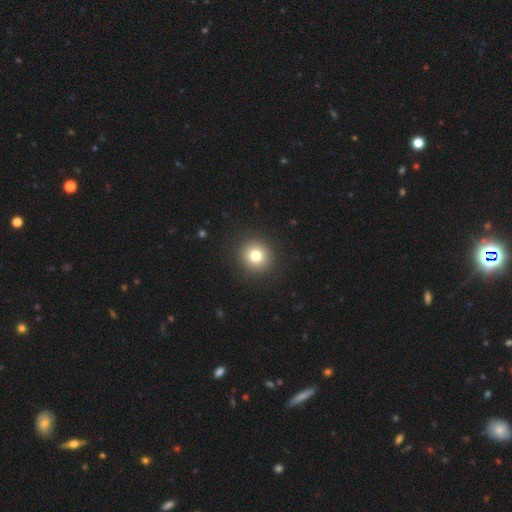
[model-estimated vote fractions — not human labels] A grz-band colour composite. It shows a smooth galaxy with no disk features (78%) that is round (93%). Merging: none (92%).